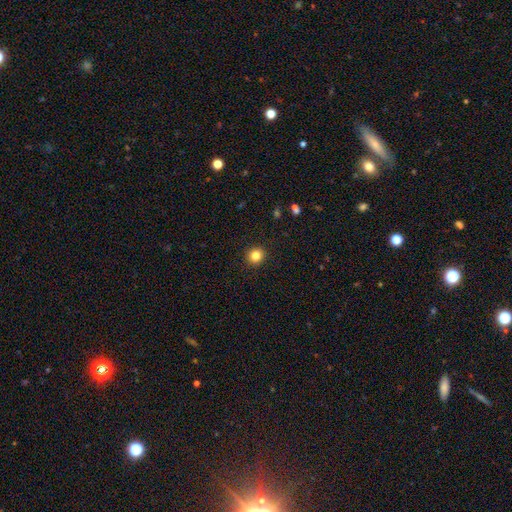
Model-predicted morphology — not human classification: Overall: smooth (83%). How rounded: round (90%). Merging: none (92%).